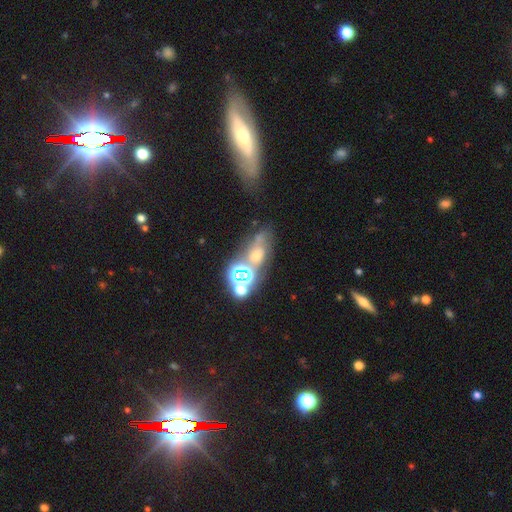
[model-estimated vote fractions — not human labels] star or artifact 40%, smooth 30%, featured or disk 30%.